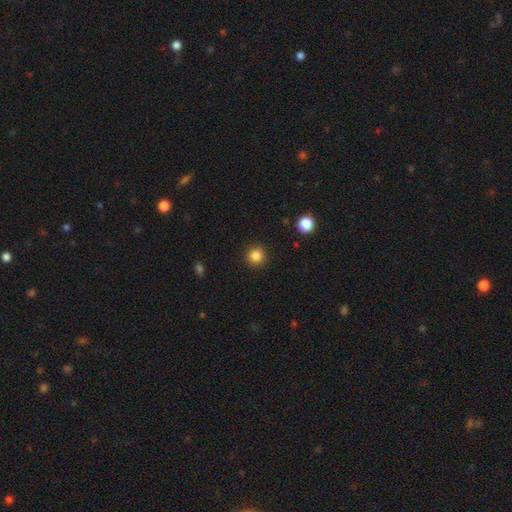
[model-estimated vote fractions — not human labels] A smooth galaxy with no disk features (85%) that is round (94%). Merging: none (92%).